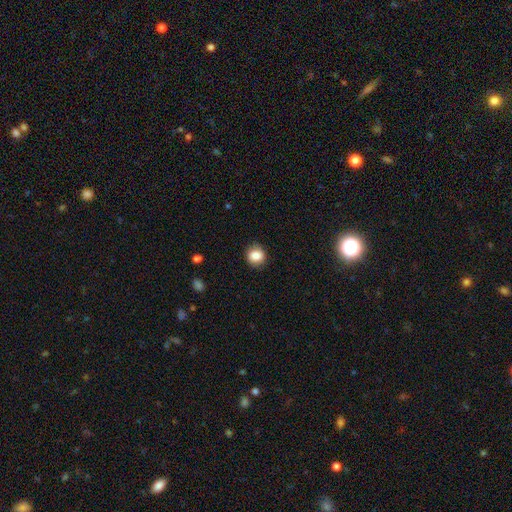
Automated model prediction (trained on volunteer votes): smooth 84%, star or artifact 9%, featured or disk 6%. Down the decision tree: how rounded — round (81%); merging — none (87%).